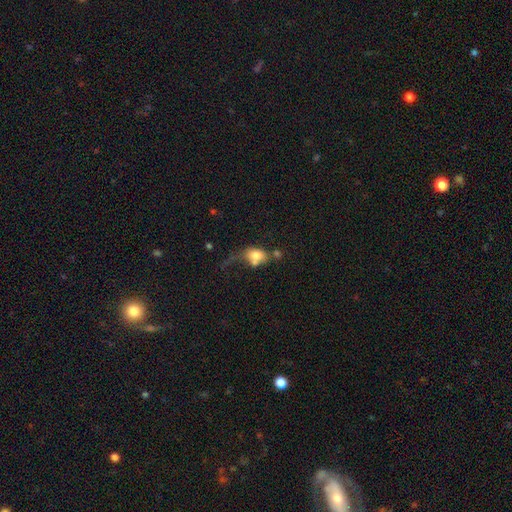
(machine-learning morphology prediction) The model was most divided on "merging": merger: 31%, major disturbance: 30%, none: 23%, minor disturbance: 16%. More confident: how rounded — in between (76%); smooth or featured — smooth (71%).